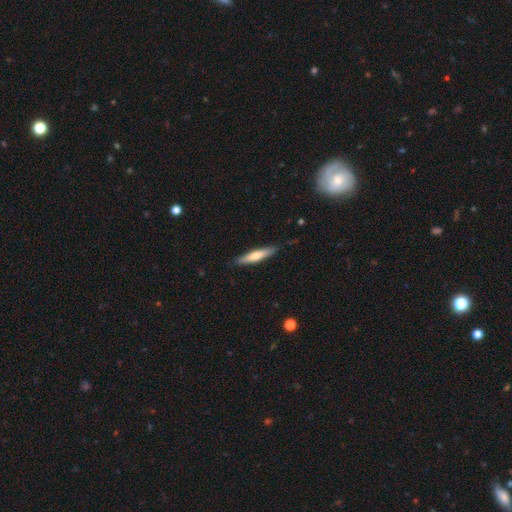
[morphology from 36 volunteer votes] This is possibly a smooth galaxy (53%). How rounded: clearly cigar-shaped (84%). Merging: clearly none (86%).